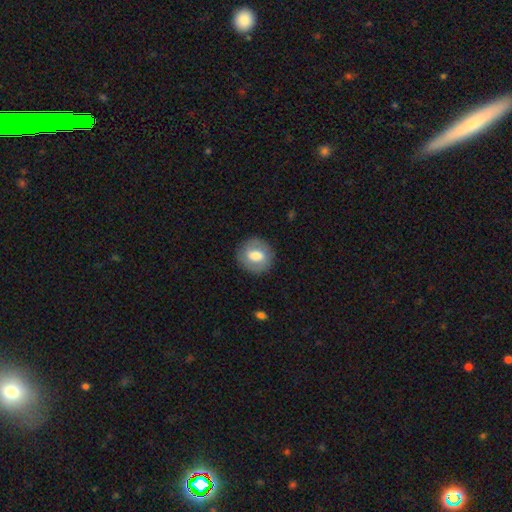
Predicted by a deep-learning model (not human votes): The model was most divided on "smooth or featured": smooth: 59%, featured or disk: 34%, star or artifact: 7%. More confident: merging — none (85%); how rounded — round (81%).